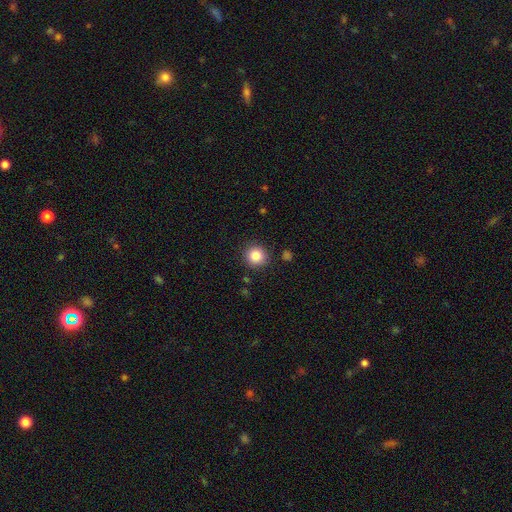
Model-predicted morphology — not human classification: Q: Smooth or featured?
A: smooth (85%); runner-up: star or artifact (10%)
Q: How rounded?
A: round (93%); runner-up: in between (6%)
Q: Merging?
A: none (88%); runner-up: minor disturbance (8%)